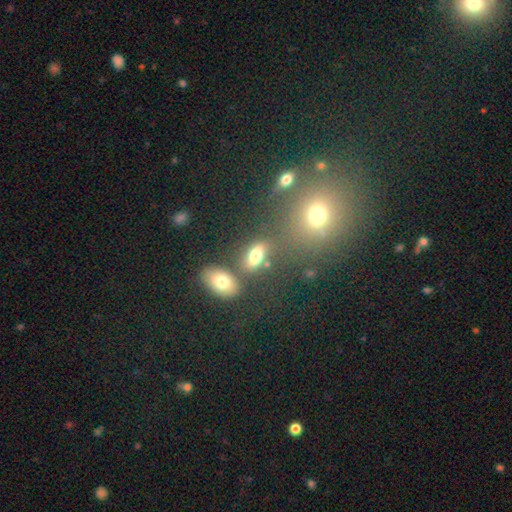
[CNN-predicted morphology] smooth 71%, featured or disk 16%, star or artifact 13%. Down the decision tree: how rounded — in between (82%); merging — none (62%).